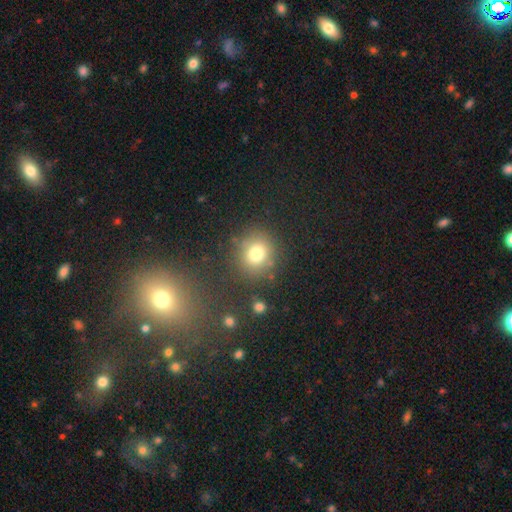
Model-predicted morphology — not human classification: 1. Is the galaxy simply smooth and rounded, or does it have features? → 77% smooth, 14% star or artifact, 8% featured or disk.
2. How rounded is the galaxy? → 83% round, 16% in between, 1% cigar-shaped.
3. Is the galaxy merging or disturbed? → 80% none, 10% minor disturbance, 5% merger, 4% major disturbance.